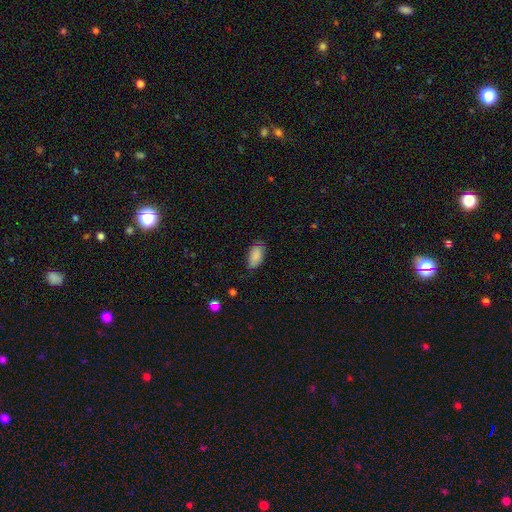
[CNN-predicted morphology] Q: Smooth or featured?
A: smooth (87%); runner-up: star or artifact (7%)
Q: How rounded?
A: in between (93%); runner-up: cigar-shaped (4%)
Q: Merging?
A: none (71%); runner-up: minor disturbance (23%)